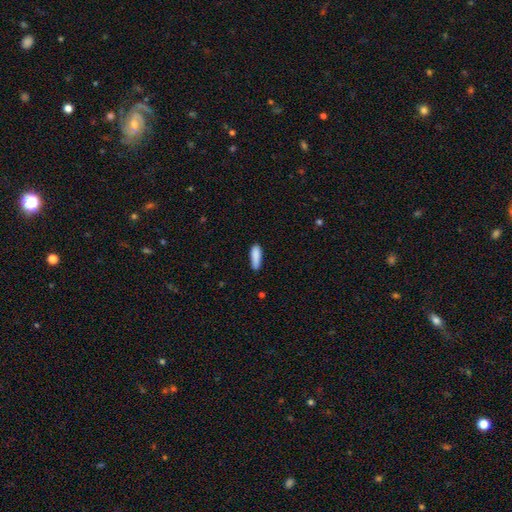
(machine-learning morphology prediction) smooth-or-featured: smooth: 88% | star or artifact: 7% | featured or disk: 6%
  how-rounded: cigar-shaped: 50% | in between: 49% | round: 2%
  merging: none: 78% | minor disturbance: 17% | major disturbance: 3% | merger: 2%